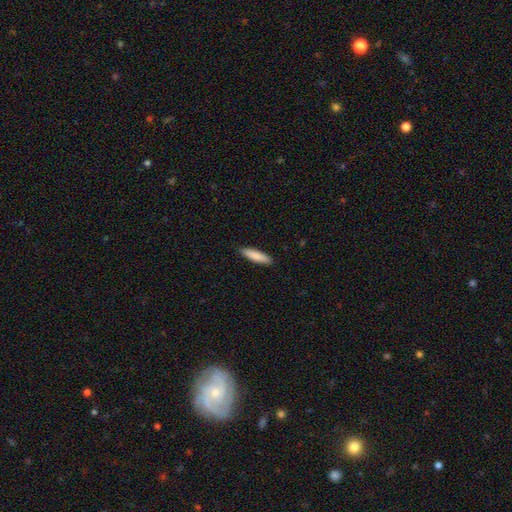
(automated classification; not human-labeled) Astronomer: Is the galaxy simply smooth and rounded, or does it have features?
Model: smooth — 86%.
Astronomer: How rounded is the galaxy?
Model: cigar-shaped — 77%.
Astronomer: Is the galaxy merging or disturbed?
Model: none — 90%.